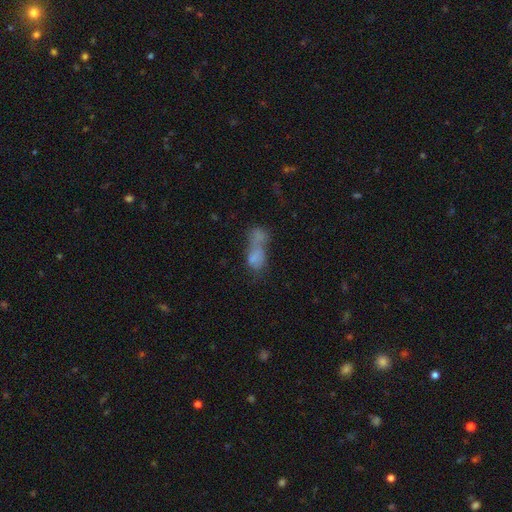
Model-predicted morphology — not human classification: This is likely a smooth galaxy (68%). How rounded: likely in between (70%). Merging: likely merger (71%).